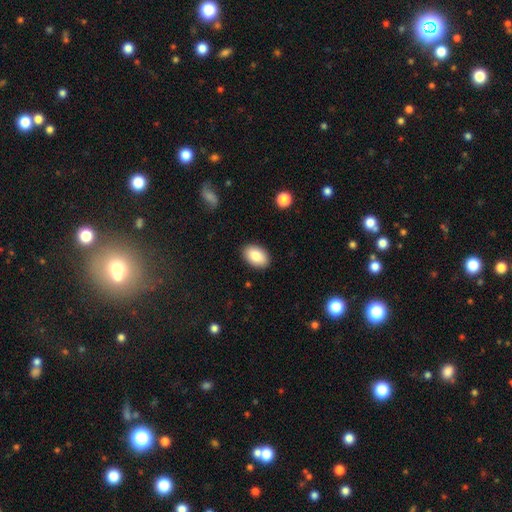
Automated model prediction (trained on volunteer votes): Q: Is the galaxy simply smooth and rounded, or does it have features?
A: smooth — 86%.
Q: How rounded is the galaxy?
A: in between — 90%.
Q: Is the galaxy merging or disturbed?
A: none — 89%.